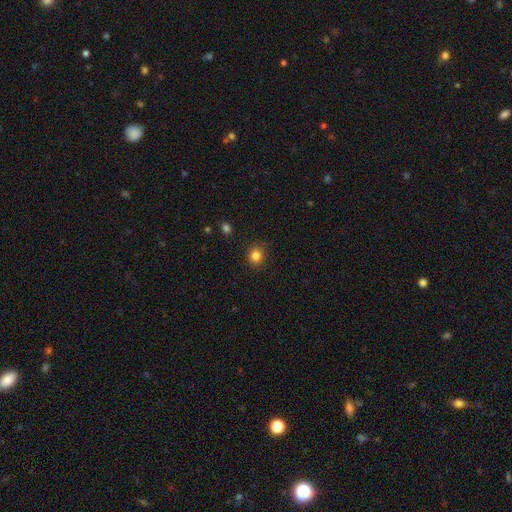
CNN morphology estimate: Smooth or featured: smooth — 83% (star or artifact — 12%)
How rounded: round — 88% (in between — 11%)
Merging: none — 88% (minor disturbance — 8%)